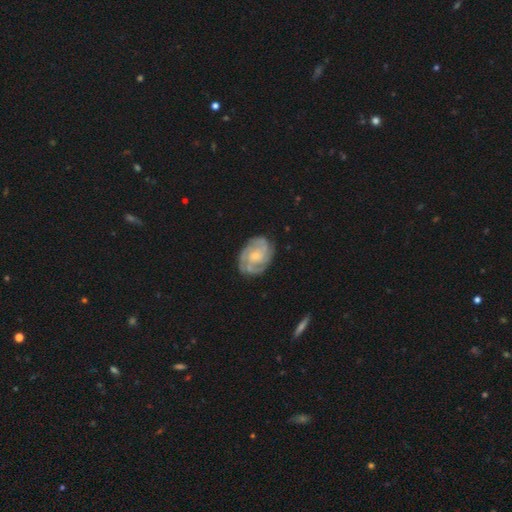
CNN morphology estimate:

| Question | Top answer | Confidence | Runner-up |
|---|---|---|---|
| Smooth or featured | featured or disk | 84% | smooth (11%) |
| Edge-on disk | no | 98% | yes (2%) |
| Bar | no | 71% | weak (25%) |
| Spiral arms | yes | 96% | no (4%) |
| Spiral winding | tight | 62% | medium (31%) |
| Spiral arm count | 3 | 33% | can't tell (22%) |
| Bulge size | small | 63% | moderate (31%) |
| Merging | none | 77% | minor disturbance (17%) |